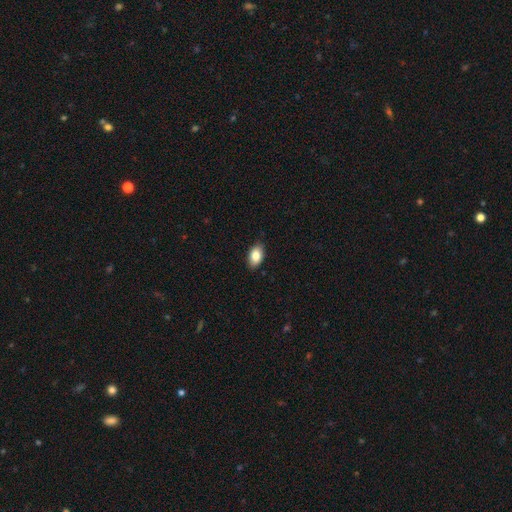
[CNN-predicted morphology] Q: Smooth or featured?
A: smooth (86%); runner-up: featured or disk (7%)
Q: How rounded?
A: in between (92%); runner-up: round (7%)
Q: Merging?
A: none (87%); runner-up: minor disturbance (10%)